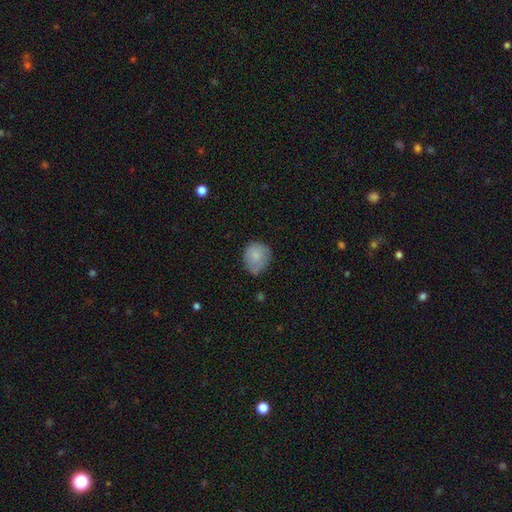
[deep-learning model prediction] Overall: smooth (79%). How rounded: round (69%; in between 30%). Merging: none (53%; minor disturbance 36%).